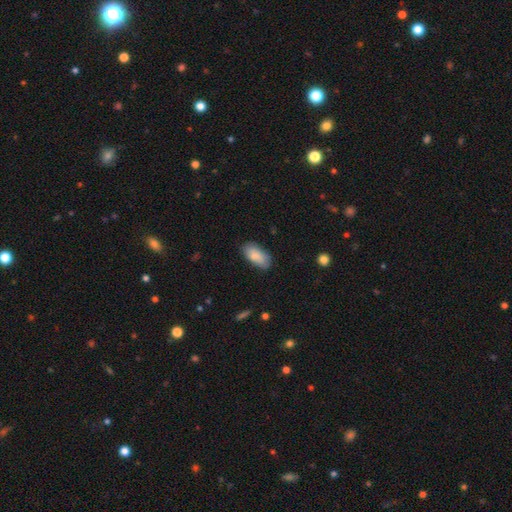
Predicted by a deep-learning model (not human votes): Overall: smooth (82%). How rounded: in between (93%). Merging: none (75%).